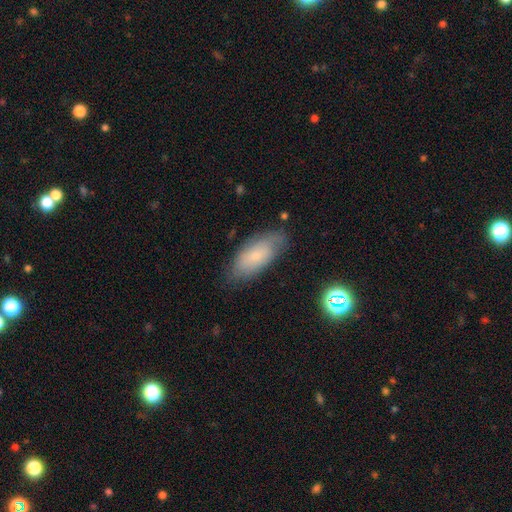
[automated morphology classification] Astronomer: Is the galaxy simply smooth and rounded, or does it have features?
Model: smooth — 65%.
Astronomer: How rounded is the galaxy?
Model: in between — 86%.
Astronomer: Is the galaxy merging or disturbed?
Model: none — 73%.